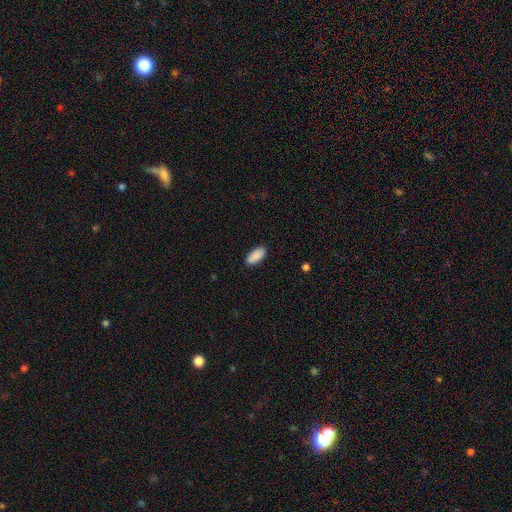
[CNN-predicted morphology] type=smooth (90%); roundness=in between (90%); merging=none (89%).